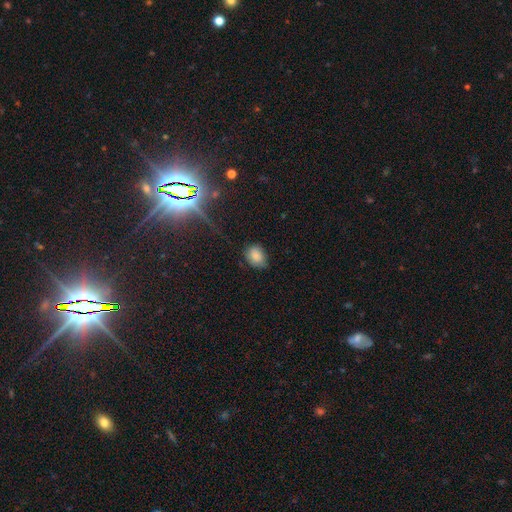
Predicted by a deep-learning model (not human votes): Smooth or featured? smooth (81%)
How rounded? in between (61%)
Merging? none (68%)